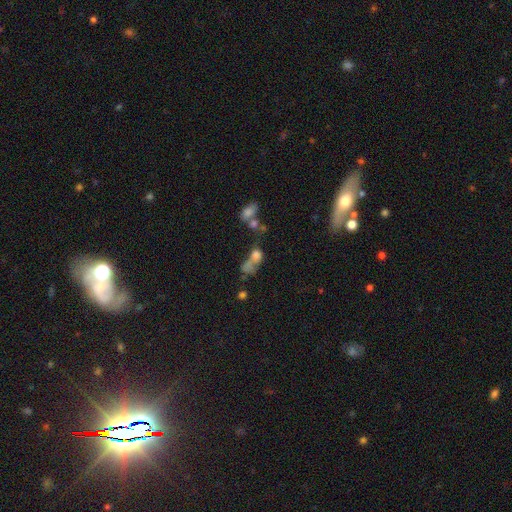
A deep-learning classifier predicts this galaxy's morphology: Smooth or featured? Predicted: smooth (p=0.62). How rounded? Predicted: in between (p=0.58). Merging? Predicted: merger (p=0.49).